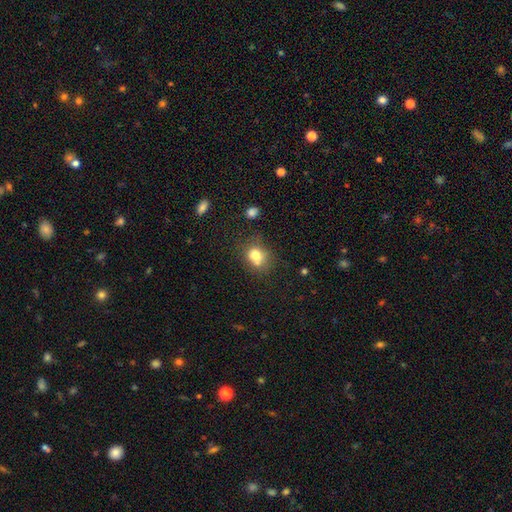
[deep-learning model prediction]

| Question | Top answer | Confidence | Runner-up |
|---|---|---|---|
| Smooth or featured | smooth | 76% | featured or disk (13%) |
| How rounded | round | 59% | in between (40%) |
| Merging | none | 50% | merger (22%) |